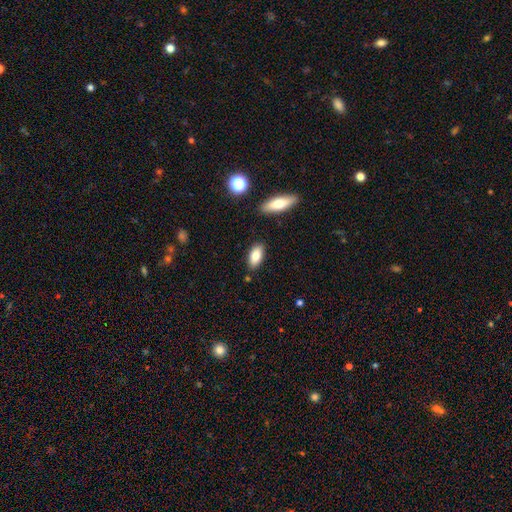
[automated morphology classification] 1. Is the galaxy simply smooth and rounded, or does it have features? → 82% smooth, 11% featured or disk, 7% star or artifact.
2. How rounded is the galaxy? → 89% in between, 9% cigar-shaped, 3% round.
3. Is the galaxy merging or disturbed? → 85% none, 10% minor disturbance, 3% merger, 2% major disturbance.